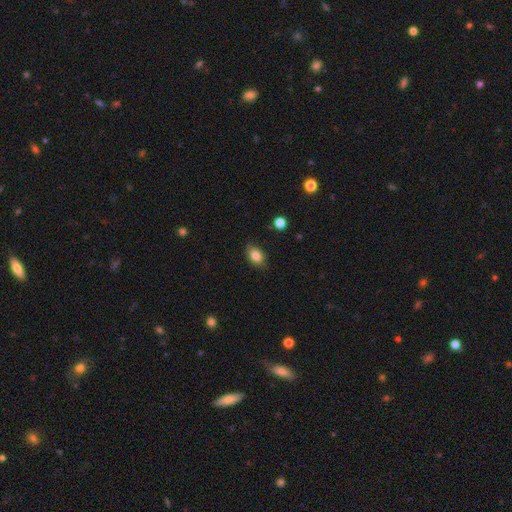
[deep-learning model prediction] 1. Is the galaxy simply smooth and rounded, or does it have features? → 84% smooth, 9% star or artifact, 7% featured or disk.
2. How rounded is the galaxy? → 80% in between, 18% round, 1% cigar-shaped.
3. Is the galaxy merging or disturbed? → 81% none, 15% minor disturbance, 3% major disturbance, 1% merger.